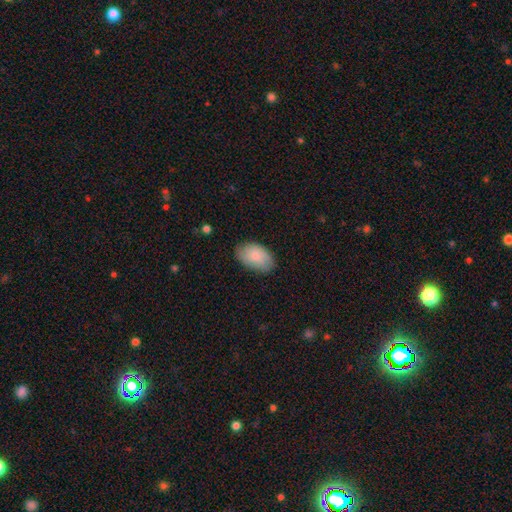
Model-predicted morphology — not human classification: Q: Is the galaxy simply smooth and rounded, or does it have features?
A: smooth — 79%.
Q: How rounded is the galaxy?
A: in between — 92%.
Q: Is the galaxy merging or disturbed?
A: none — 81%.